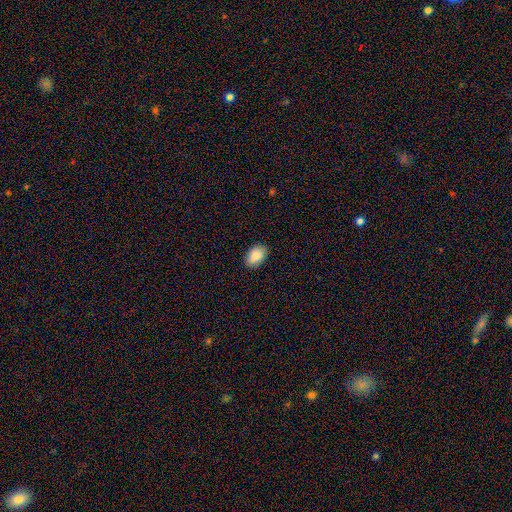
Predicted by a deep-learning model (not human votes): This appears to be a smooth galaxy with no disk features (89%) that is in between round and cigar-shaped (91%). Merging: none (88%).